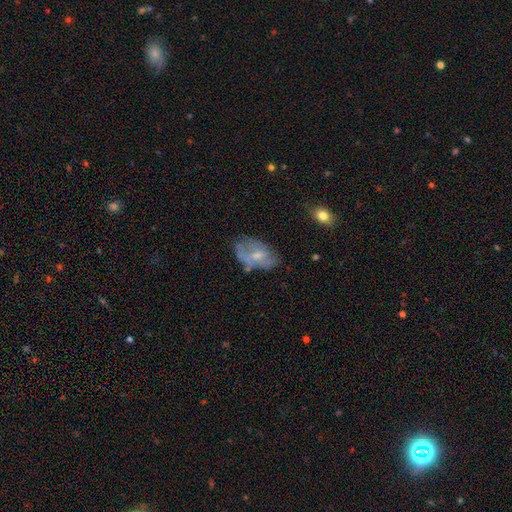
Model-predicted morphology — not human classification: Smooth or featured? Predicted: featured or disk (p=0.51). Edge-on disk? Predicted: no (p=0.94). Merging? Predicted: none (p=0.47).